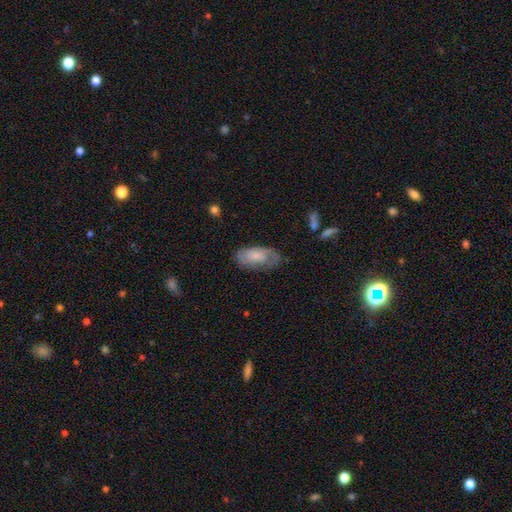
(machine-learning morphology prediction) Smooth or featured? smooth (55%)
How rounded? in between (90%)
Merging? none (62%)